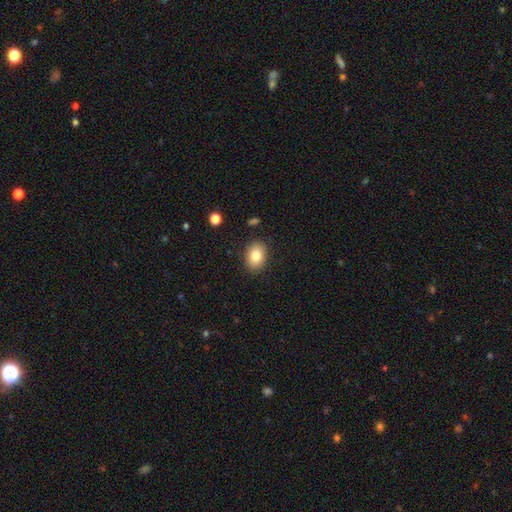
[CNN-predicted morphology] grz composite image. It shows a smooth galaxy with no disk features (81%) that is in between round and cigar-shaped (70%). Merging: none (88%).